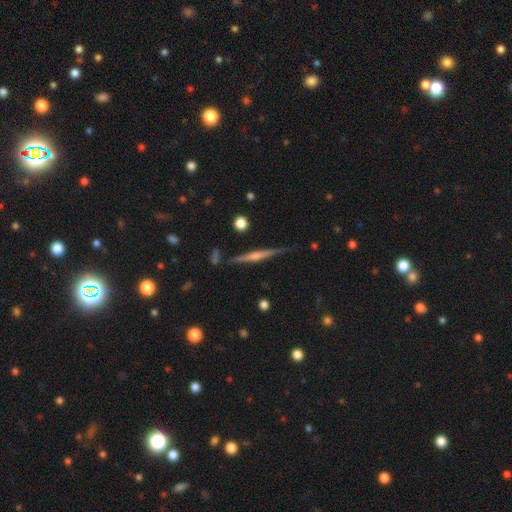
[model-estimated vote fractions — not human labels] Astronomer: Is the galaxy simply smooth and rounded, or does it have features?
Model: featured or disk — 78%.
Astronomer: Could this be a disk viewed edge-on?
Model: yes — 98%.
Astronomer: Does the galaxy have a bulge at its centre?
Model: rounded — 74%.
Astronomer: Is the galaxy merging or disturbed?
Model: none — 88%.